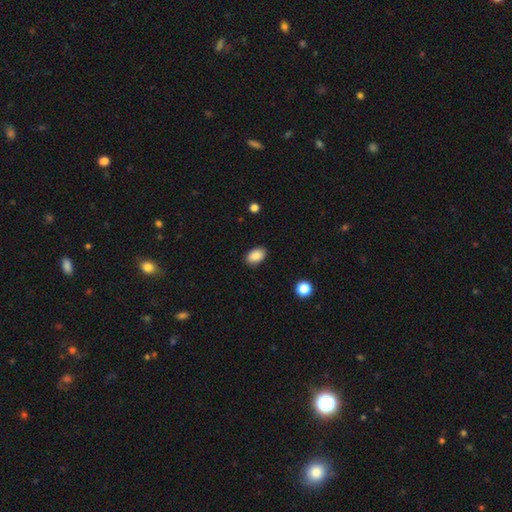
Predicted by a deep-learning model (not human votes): A smooth galaxy with no disk features (88%) that is in between round and cigar-shaped (89%). Merging: none (88%).